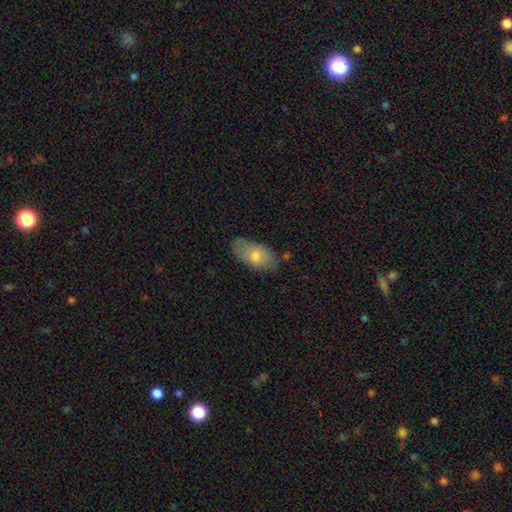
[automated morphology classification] type=smooth (69%); roundness=in between (92%); merging=none (71%).